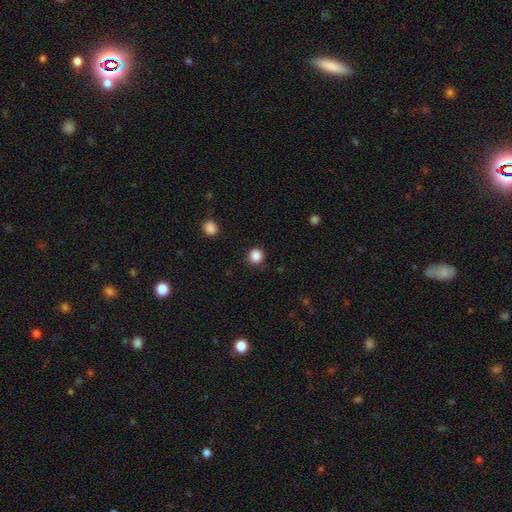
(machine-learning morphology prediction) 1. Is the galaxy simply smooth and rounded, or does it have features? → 87% smooth, 11% star or artifact, 2% featured or disk.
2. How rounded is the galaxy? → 91% round, 8% in between, 1% cigar-shaped.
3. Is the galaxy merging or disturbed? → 87% none, 9% minor disturbance, 3% major disturbance, 1% merger.